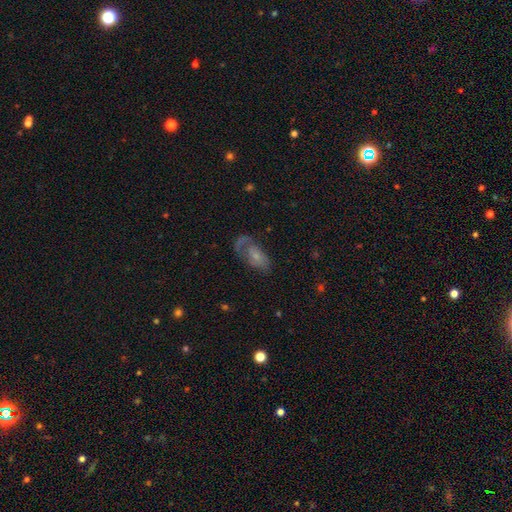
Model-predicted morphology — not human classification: Smooth or featured? Predicted: featured or disk (p=0.58). Edge-on disk? Predicted: no (p=0.95). Bar? Predicted: no (p=0.71). Spiral arms? Predicted: yes (p=0.71). Bulge size? Predicted: small (p=0.61). Merging? Predicted: none (p=0.41).